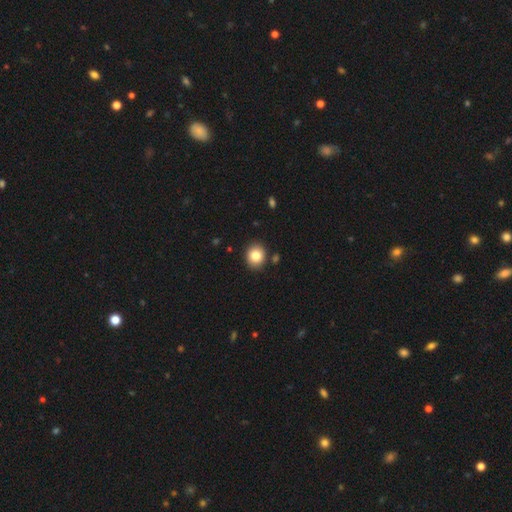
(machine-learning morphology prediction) smooth_or_featured: smooth (p=0.83) [alt: star or artifact p=0.09]
how_rounded: round (p=0.75) [alt: in between p=0.24]
merging: none (p=0.88) [alt: minor disturbance p=0.08]